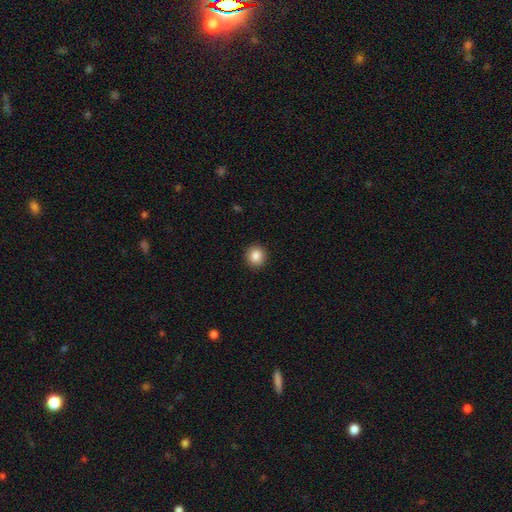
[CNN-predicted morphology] Q: Smooth or featured?
A: smooth (86%); runner-up: star or artifact (9%)
Q: How rounded?
A: round (88%); runner-up: in between (11%)
Q: Merging?
A: none (92%); runner-up: minor disturbance (5%)